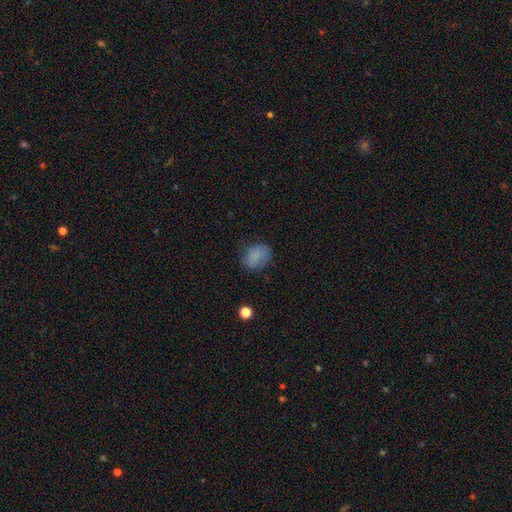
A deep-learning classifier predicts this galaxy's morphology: Smooth or featured? smooth (82%)
How rounded? in between (63%)
Merging? none (71%)